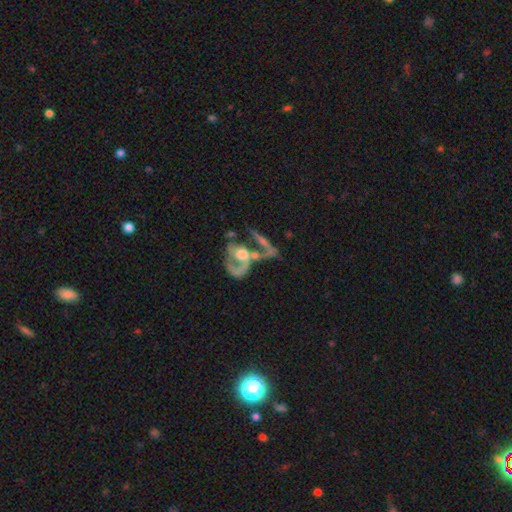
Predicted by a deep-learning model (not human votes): Morphology: type=featured or disk (65%); edge-on=no (80%); bar=no (80%); spiral arms=no (62%); bulge=moderate (58%); merging=merger (48%).